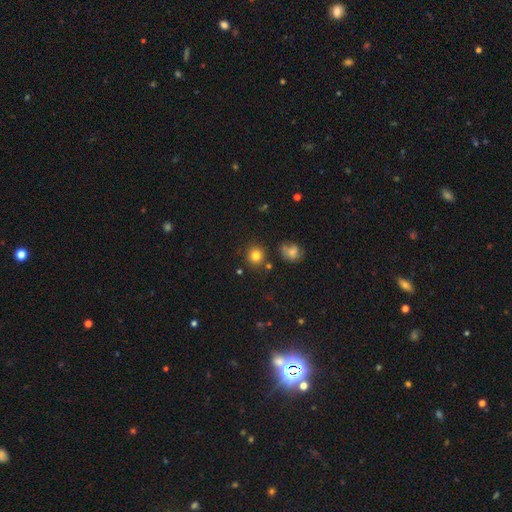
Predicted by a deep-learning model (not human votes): This appears to be a smooth galaxy with no disk features (81%) that is round (90%). Merging: none (83%).